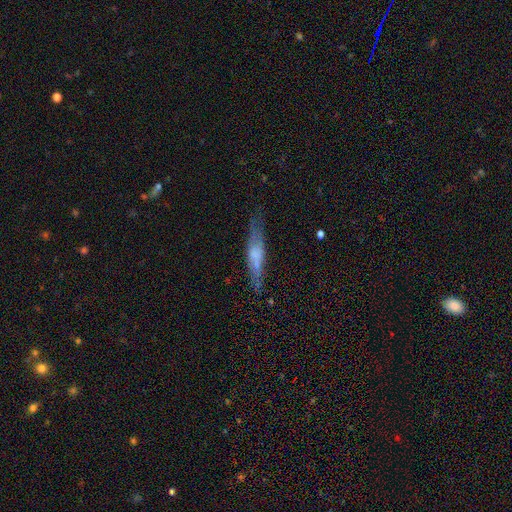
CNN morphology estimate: featured or disk 48%, smooth 44%, star or artifact 8%. Down the decision tree: merging — none (68%).